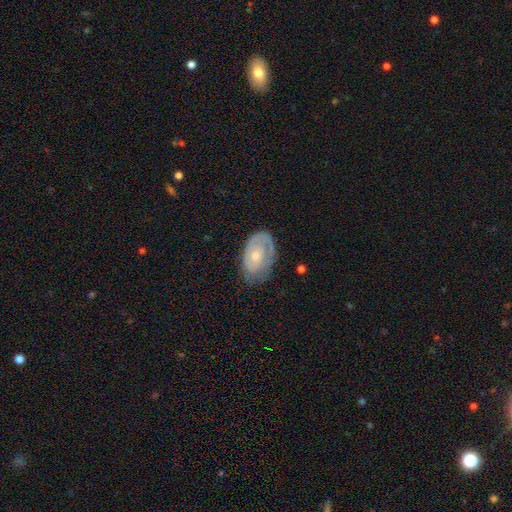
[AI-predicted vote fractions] The model was most divided on "bulge size": small: 55%, moderate: 40%, large: 2%, none: 2%, dominant: 1%. More confident: edge-on disk — no (95%); bar — no (80%); spiral arms — yes (71%); smooth or featured — featured or disk (64%); merging — none (62%).